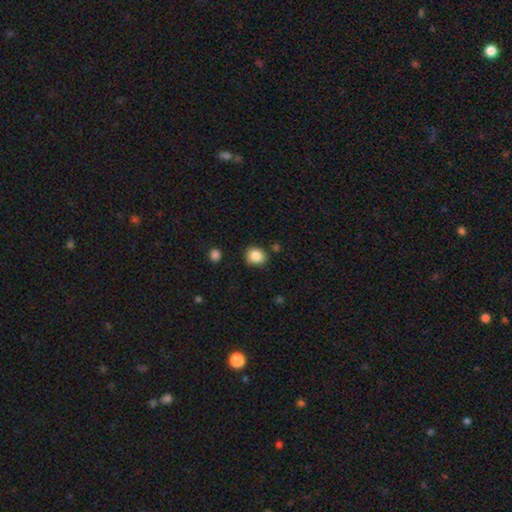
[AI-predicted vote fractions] Overall: smooth (86%). How rounded: round (70%). Merging: none (83%).